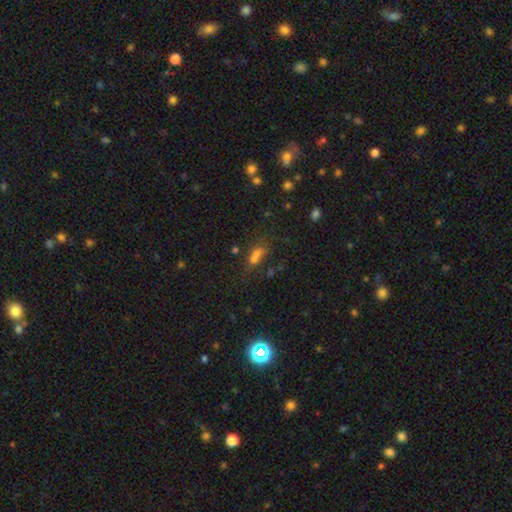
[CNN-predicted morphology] smooth-or-featured: smooth: 52% | star or artifact: 35% | featured or disk: 13%
  how-rounded: in between: 59% | round: 27% | cigar-shaped: 14%
  merging: none: 47% | merger: 31% | minor disturbance: 14% | major disturbance: 9%